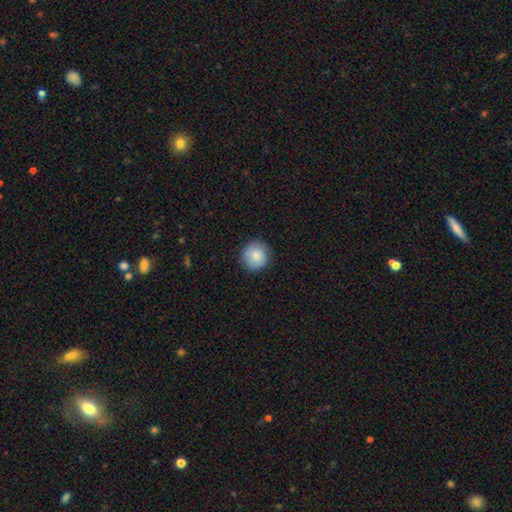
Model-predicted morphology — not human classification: This is clearly a smooth galaxy (83%). How rounded: clearly round (91%). Merging: clearly none (87%).